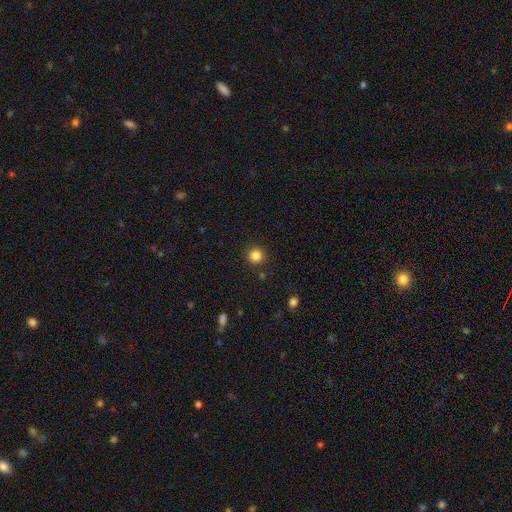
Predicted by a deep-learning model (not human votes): Smooth or featured: smooth — 84% (star or artifact — 12%)
How rounded: round — 94% (in between — 6%)
Merging: none — 90% (minor disturbance — 6%)